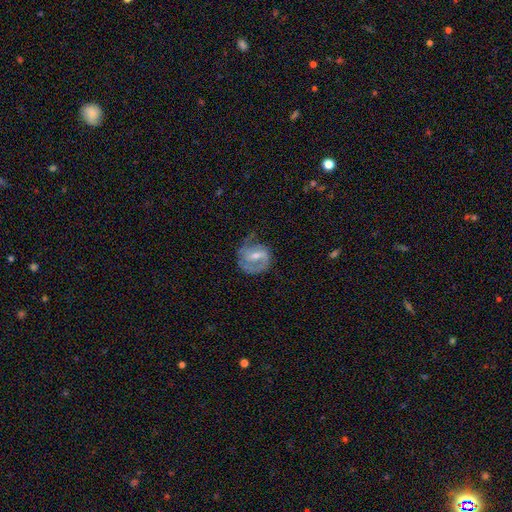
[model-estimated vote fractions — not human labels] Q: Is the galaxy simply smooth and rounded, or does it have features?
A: featured or disk — 77%.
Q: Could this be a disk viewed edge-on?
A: no — 97%.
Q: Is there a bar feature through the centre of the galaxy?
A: weak — 50%.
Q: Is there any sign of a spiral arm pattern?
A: yes — 89%.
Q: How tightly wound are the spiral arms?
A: medium — 44%.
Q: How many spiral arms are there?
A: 2 — 65%.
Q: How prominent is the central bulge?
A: small — 47%.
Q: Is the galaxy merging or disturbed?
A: none — 62%.